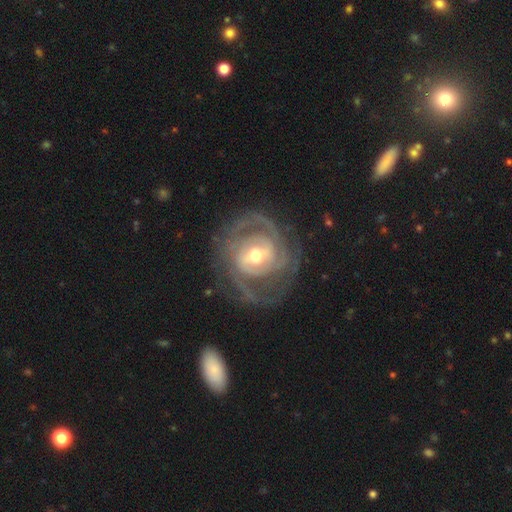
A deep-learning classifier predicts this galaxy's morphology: A featured or disk galaxy (89%) with a weak bar (46%), 2 (39%) tight (58%) spiral arms (95%) and a moderate central bulge (66%). Merging: none (72%).